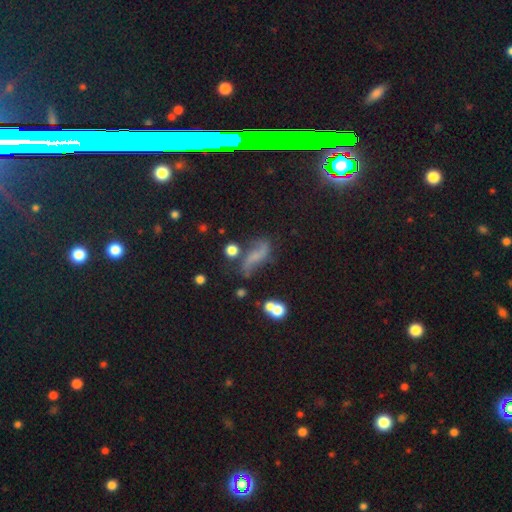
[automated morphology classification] Overall: featured or disk (58%; smooth 26%). Edge-on disk: no (91%). Bar: no (54%; weak 30%). Spiral arms: yes (85%). Bulge size: none (49%; small 33%). Merging: none (50%; minor disturbance 22%).